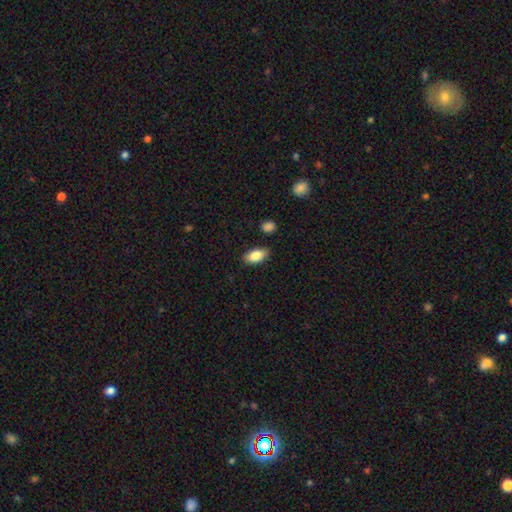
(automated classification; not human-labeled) smooth 84%, featured or disk 10%, star or artifact 7%. Down the decision tree: how rounded — in between (91%); merging — none (86%).